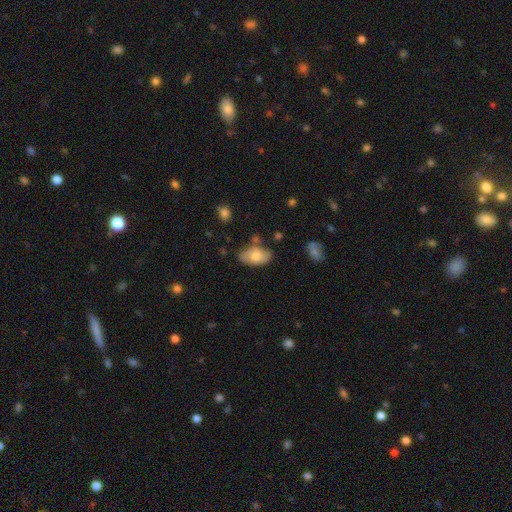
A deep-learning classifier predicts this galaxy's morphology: Smooth or featured? smooth (63%)
How rounded? in between (91%)
Merging? none (64%)